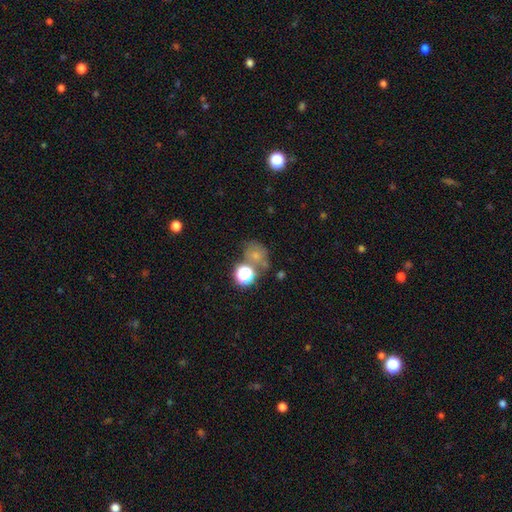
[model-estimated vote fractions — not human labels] Smooth or featured? Predicted: smooth (p=0.60). How rounded? Predicted: round (p=0.66). Merging? Predicted: none (p=0.48).